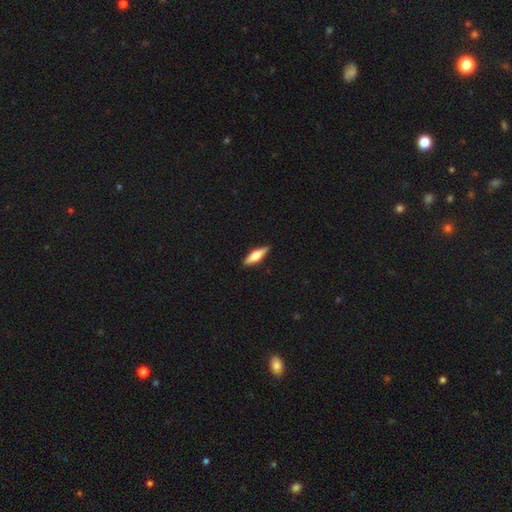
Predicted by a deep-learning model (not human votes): featured or disk 52%, smooth 42%, star or artifact 5%. Down the decision tree: edge-on disk — yes (95%); merging — none (90%).